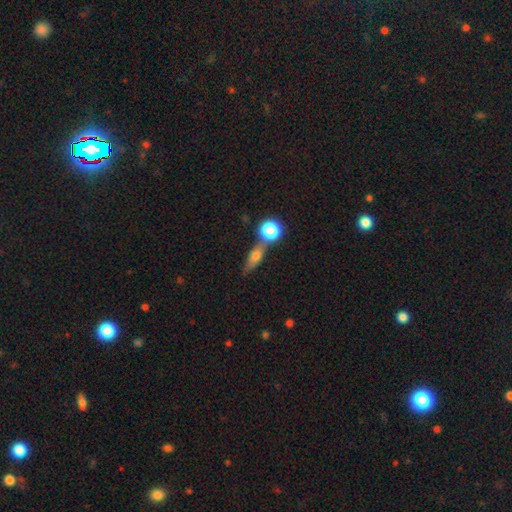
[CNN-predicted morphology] smooth 60%, featured or disk 28%, star or artifact 12%. Down the decision tree: how rounded — in between (44%); merging — none (54%).